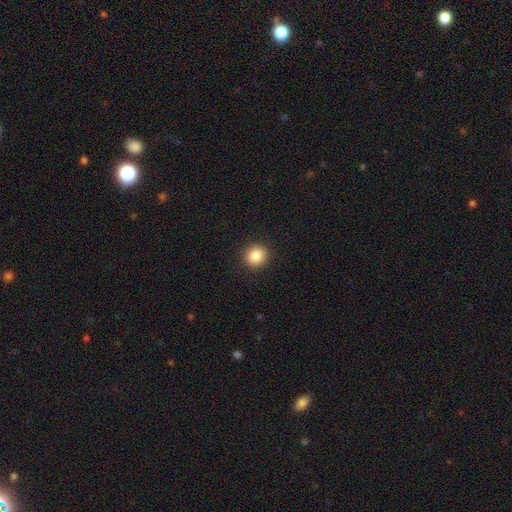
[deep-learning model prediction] Smooth or featured: smooth — 86% (star or artifact — 9%)
How rounded: round — 88% (in between — 11%)
Merging: none — 92% (minor disturbance — 6%)